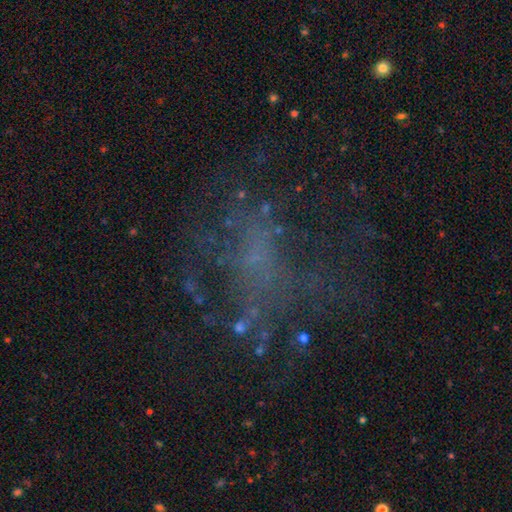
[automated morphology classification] Q: Smooth or featured?
A: featured or disk (43%); runner-up: star or artifact (33%)
Q: Merging?
A: none (48%); runner-up: major disturbance (32%)